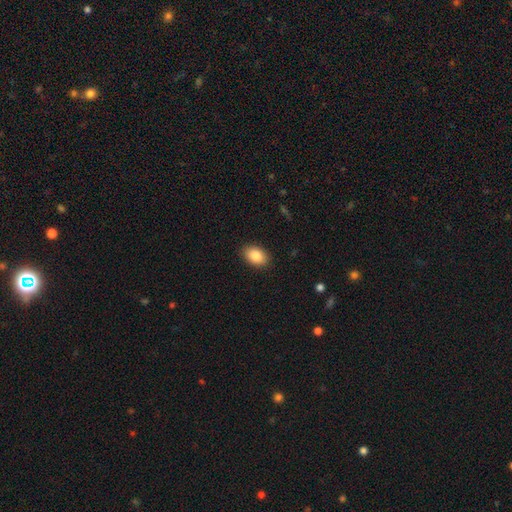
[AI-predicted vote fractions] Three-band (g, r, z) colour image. It shows a smooth galaxy with no disk features (86%) that is in between round and cigar-shaped (86%). Merging: none (89%).